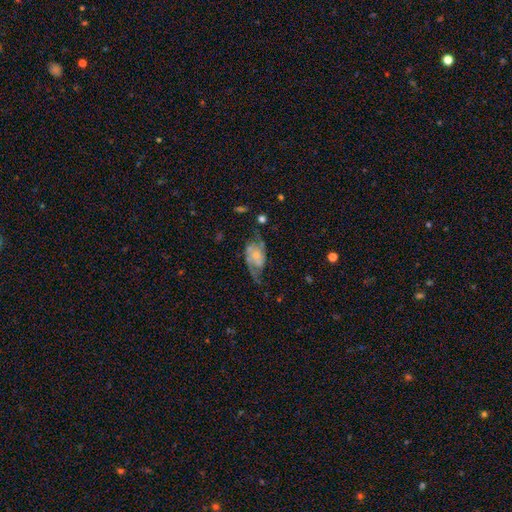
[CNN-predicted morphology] Smooth or featured? Predicted: featured or disk (p=0.70). Edge-on disk? Predicted: no (p=0.95). Bar? Predicted: no (p=0.65). Spiral arms? Predicted: yes (p=0.85). Spiral winding? Predicted: loose (p=0.45). Spiral arm count? Predicted: 2 (p=0.82). Bulge size? Predicted: small (p=0.55). Merging? Predicted: none (p=0.48).